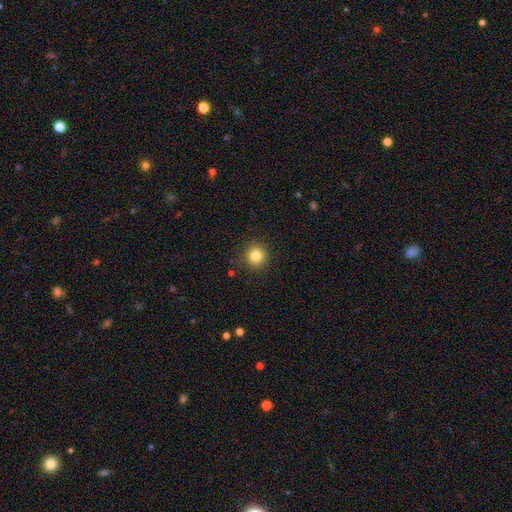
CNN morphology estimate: This appears to be a smooth galaxy with no disk features (83%) that is round (94%). Merging: none (90%).